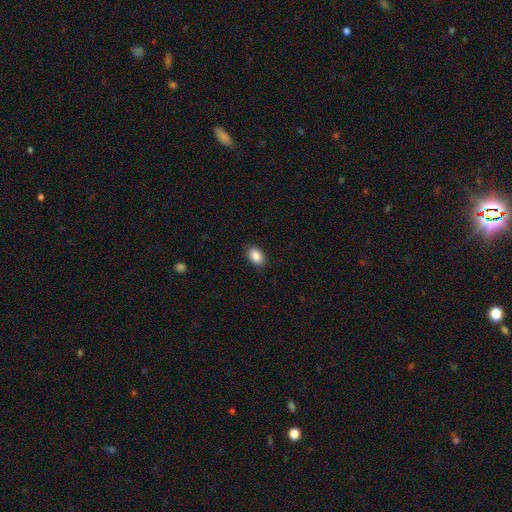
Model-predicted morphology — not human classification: This appears to be a smooth galaxy with no disk features (88%) that is in between round and cigar-shaped (87%). Merging: none (88%).